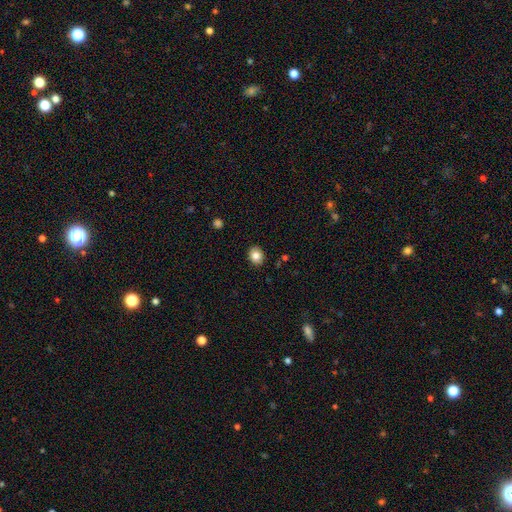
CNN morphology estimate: A smooth galaxy with no disk features (82%) that is round (58%). Merging: none (89%).